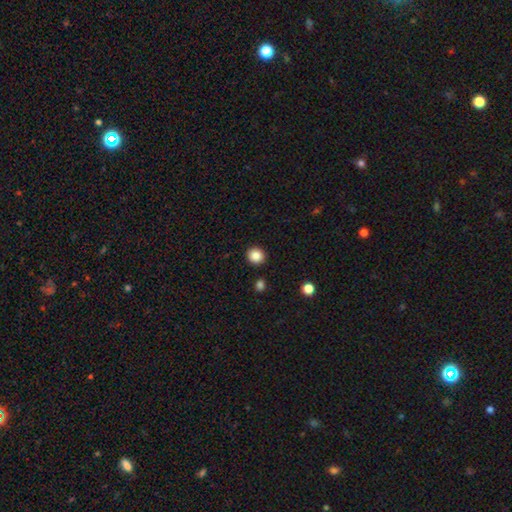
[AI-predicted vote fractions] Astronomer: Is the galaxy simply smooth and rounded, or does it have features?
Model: smooth — 87%.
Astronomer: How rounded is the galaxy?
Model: round — 89%.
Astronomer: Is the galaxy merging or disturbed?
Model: none — 91%.